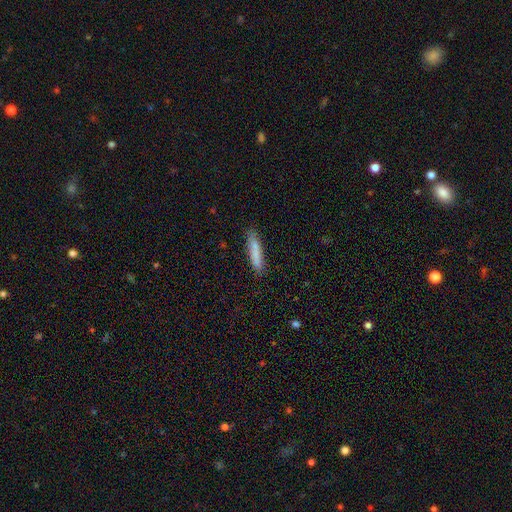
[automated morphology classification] The model was most divided on "smooth or featured": smooth: 82%, featured or disk: 11%, star or artifact: 6%. More confident: how rounded — cigar-shaped (86%); merging — none (85%).